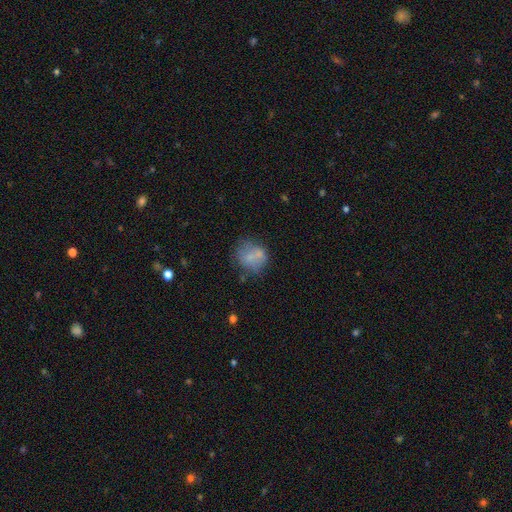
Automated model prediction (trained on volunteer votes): A smooth galaxy with no disk features (60%) that is round (71%).

Vote fractions:
- Smooth or featured? smooth: 60% / featured or disk: 29% / star or artifact: 11%
- How rounded? round: 71% / in between: 28% / cigar-shaped: 1%
- Merging? none: 49% / merger: 21% / minor disturbance: 20% / major disturbance: 10%